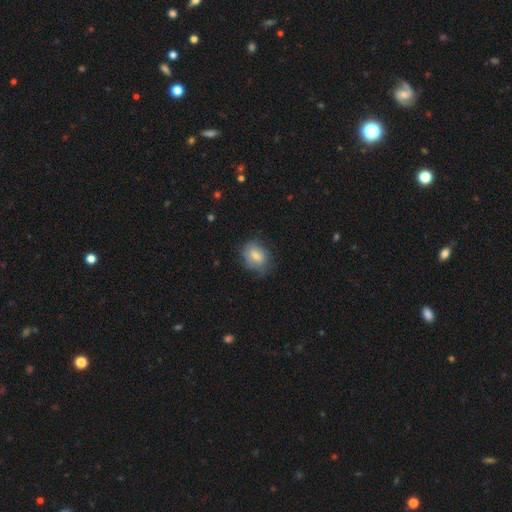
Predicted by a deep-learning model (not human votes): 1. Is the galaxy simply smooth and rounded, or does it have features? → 68% smooth, 25% featured or disk, 8% star or artifact.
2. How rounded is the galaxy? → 58% in between, 41% round, 1% cigar-shaped.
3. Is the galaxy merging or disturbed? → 68% none, 23% minor disturbance, 7% major disturbance, 1% merger.